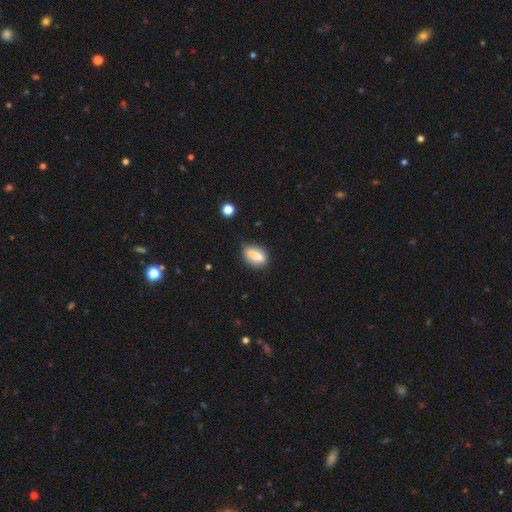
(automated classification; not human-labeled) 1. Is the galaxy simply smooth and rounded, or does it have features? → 80% smooth, 11% featured or disk, 9% star or artifact.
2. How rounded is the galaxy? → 78% in between, 14% cigar-shaped, 8% round.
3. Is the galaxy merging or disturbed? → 65% none, 25% minor disturbance, 6% major disturbance, 4% merger.